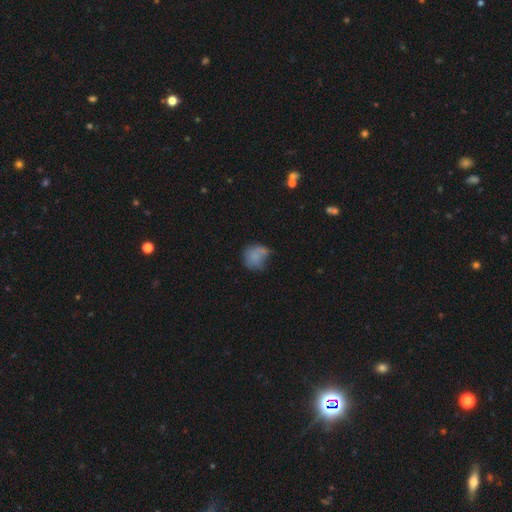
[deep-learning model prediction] Q: Smooth or featured?
A: smooth (71%); runner-up: featured or disk (18%)
Q: How rounded?
A: round (70%); runner-up: in between (29%)
Q: Merging?
A: none (41%); runner-up: minor disturbance (33%)